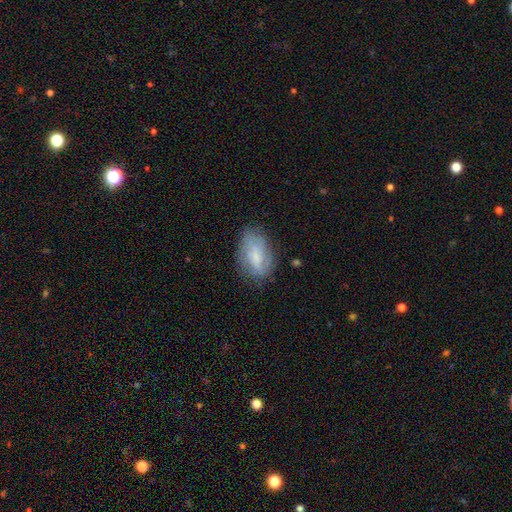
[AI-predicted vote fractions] Smooth or featured?
  - smooth: 52% *
  - featured or disk: 40%
  - star or artifact: 8%
How rounded?
  - in between: 89% *
  - round: 7%
  - cigar-shaped: 4%
Merging?
  - none: 62% *
  - minor disturbance: 26%
  - major disturbance: 11%
  - merger: 2%